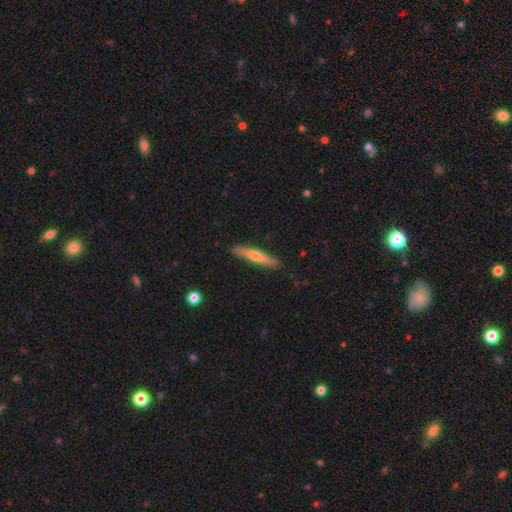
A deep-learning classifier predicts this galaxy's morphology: type=smooth (52%); roundness=cigar-shaped (91%); merging=none (89%).